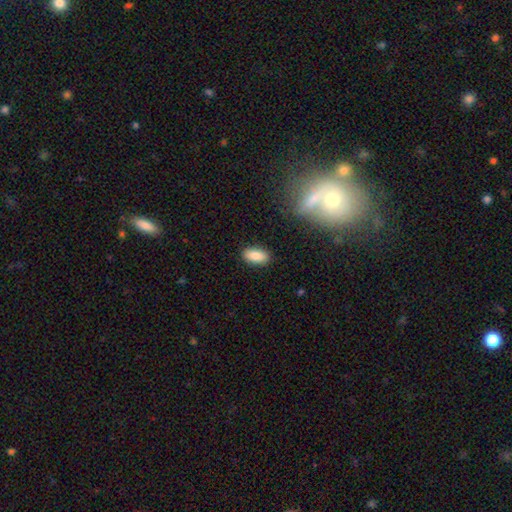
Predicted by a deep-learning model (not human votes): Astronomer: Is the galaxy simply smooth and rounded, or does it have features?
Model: smooth — 86%.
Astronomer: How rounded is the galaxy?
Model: in between — 91%.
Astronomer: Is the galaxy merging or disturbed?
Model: none — 87%.